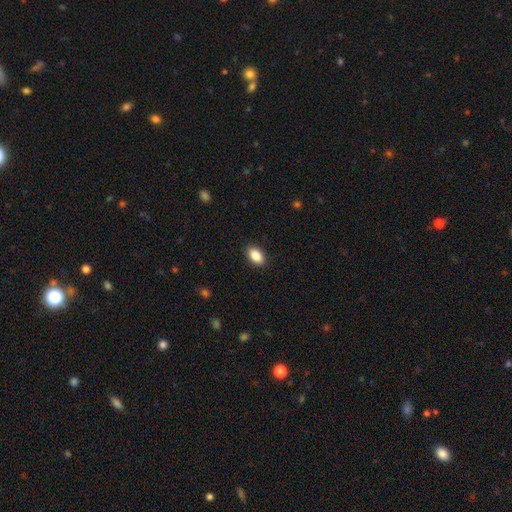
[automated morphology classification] Overall: smooth (87%). How rounded: in between (91%). Merging: none (90%).